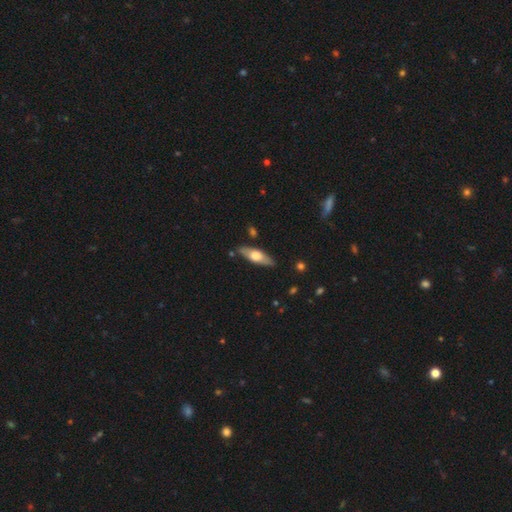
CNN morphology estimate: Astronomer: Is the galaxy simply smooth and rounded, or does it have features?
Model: featured or disk — 47%, tied with smooth at 47%.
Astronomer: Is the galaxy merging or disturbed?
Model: none — 84%.